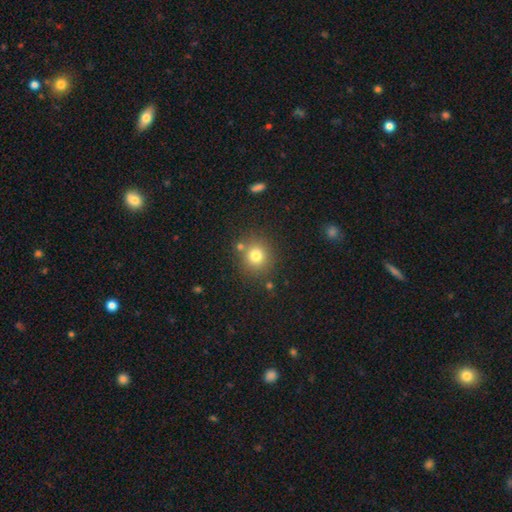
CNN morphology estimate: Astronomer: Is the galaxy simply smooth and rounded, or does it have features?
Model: smooth — 77%.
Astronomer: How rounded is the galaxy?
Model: round — 88%.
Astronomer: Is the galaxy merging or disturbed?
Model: none — 78%.